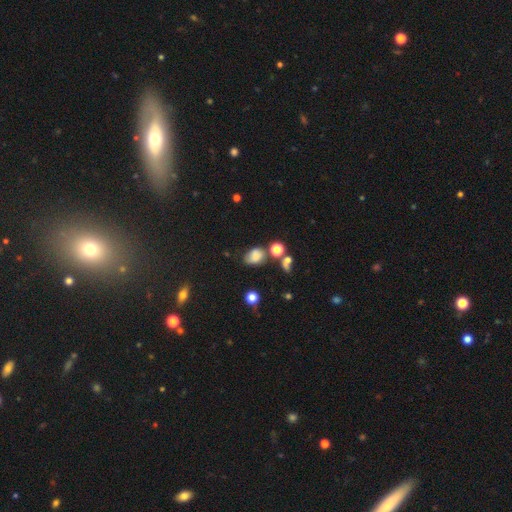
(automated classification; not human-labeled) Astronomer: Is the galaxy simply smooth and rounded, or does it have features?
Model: smooth — 73%.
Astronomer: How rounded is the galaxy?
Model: in between — 68%.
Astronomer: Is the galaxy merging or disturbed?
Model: none — 48% (runner-up: minor disturbance, 27%).